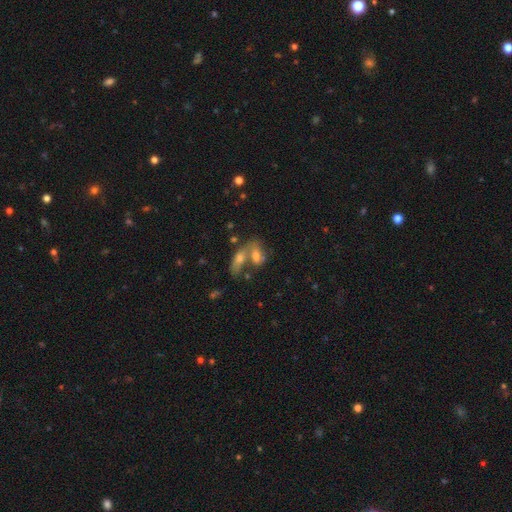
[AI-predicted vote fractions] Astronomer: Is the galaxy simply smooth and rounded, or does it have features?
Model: smooth — 63%.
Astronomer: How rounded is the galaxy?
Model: in between — 77%.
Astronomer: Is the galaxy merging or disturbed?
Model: merger — 59%.